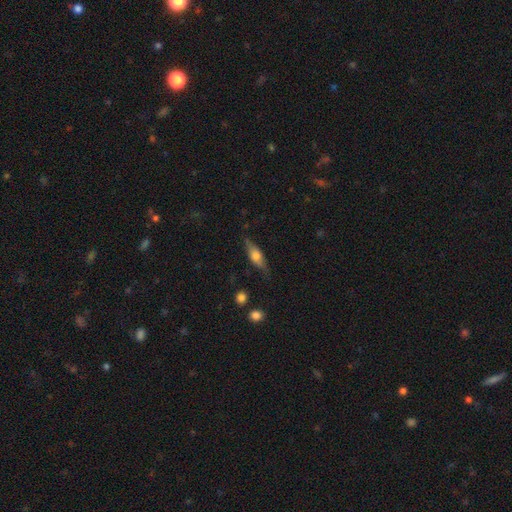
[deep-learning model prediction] This appears to be a smooth galaxy with no disk features (48%). Merging: none (78%).